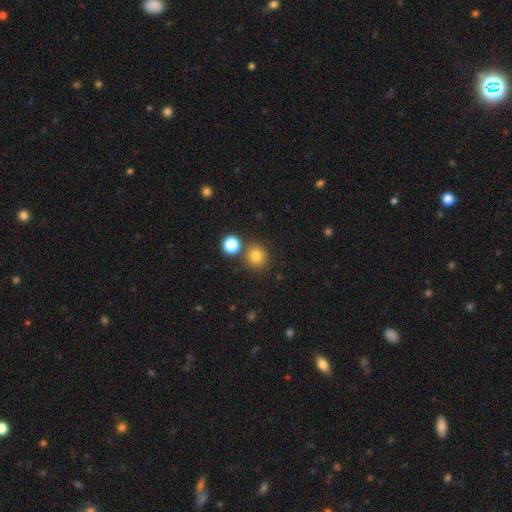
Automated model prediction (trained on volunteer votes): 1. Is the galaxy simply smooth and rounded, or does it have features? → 80% smooth, 14% star or artifact, 6% featured or disk.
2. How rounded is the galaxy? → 89% round, 10% in between, 1% cigar-shaped.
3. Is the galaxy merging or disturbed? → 80% none, 10% merger, 8% minor disturbance, 3% major disturbance.